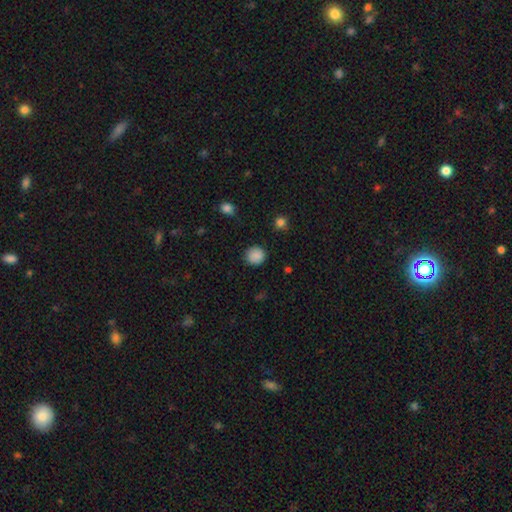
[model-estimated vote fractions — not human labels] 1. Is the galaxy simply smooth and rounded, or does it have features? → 86% smooth, 9% star or artifact, 5% featured or disk.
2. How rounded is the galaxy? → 90% round, 9% in between, 1% cigar-shaped.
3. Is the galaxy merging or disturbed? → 87% none, 10% minor disturbance, 3% major disturbance, 1% merger.